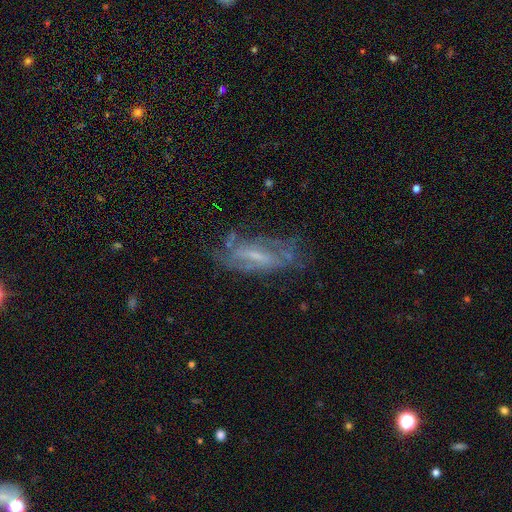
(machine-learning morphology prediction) Smooth or featured? featured or disk (70%)
Edge-on disk? no (82%)
Bar? weak (44%)
Spiral arms? yes (71%)
Bulge size? small (52%)
Merging? none (56%)